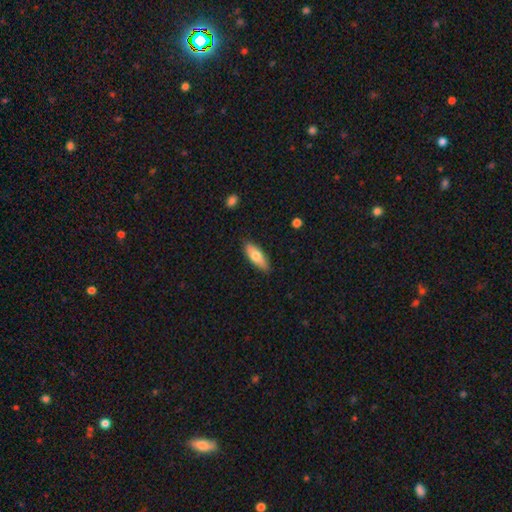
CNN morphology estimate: Smooth or featured?
  - smooth: 72% *
  - featured or disk: 22%
  - star or artifact: 6%
How rounded?
  - in between: 71% *
  - cigar-shaped: 26%
  - round: 2%
Merging?
  - none: 85% *
  - minor disturbance: 12%
  - major disturbance: 2%
  - merger: 1%